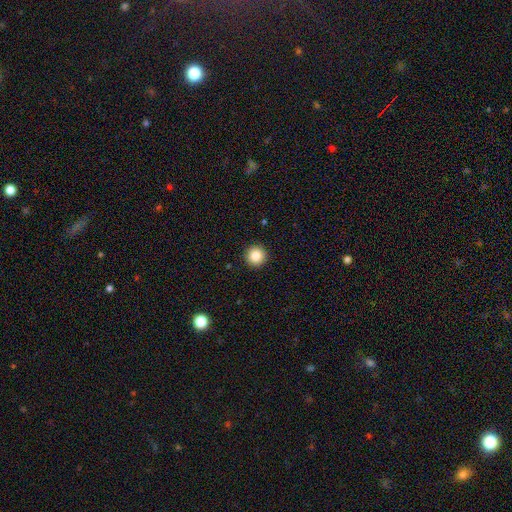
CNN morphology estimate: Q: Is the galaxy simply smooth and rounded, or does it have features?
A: smooth — 85%.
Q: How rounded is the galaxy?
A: round — 96%.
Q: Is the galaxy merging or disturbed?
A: none — 93%.